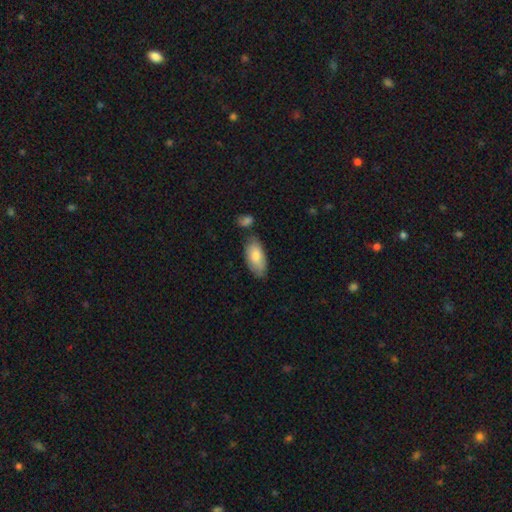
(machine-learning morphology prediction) Q: Smooth or featured?
A: smooth (79%); runner-up: featured or disk (16%)
Q: How rounded?
A: in between (93%); runner-up: cigar-shaped (5%)
Q: Merging?
A: none (68%); runner-up: minor disturbance (20%)